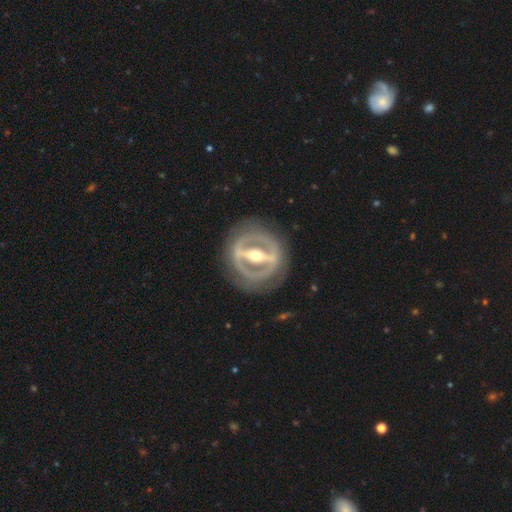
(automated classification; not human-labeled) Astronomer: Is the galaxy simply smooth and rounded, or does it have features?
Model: featured or disk — 87%.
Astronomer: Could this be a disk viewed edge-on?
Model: no — 85%.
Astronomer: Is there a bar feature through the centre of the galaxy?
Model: strong — 86%.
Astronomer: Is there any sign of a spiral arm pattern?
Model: no — 68%.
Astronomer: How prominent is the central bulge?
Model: moderate — 74%.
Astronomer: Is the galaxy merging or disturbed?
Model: none — 83%.